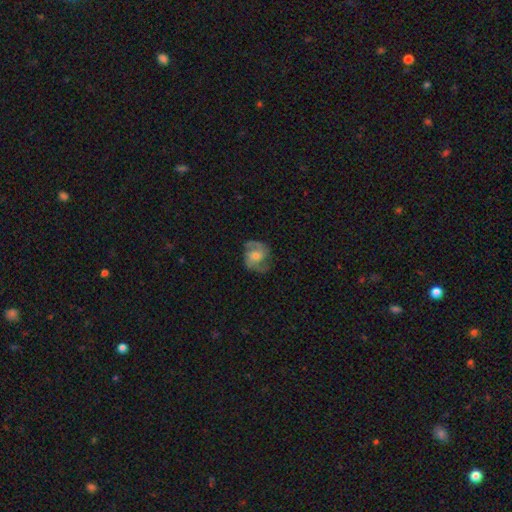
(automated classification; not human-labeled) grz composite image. It shows a featured or disk galaxy (70%) with no bar (53%), 2 (85%) medium (52%) spiral arms (91%) and a moderate central bulge (50%). Merging: none (71%).